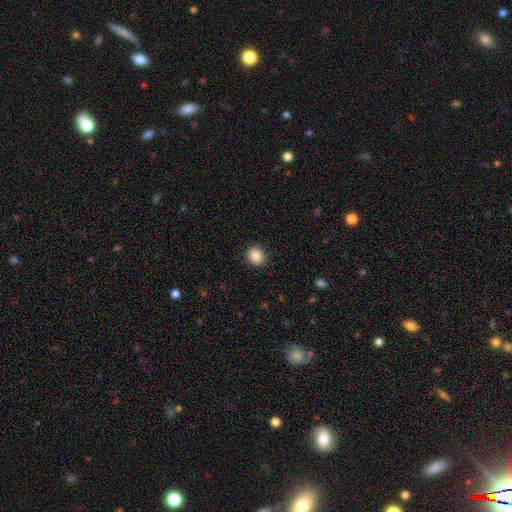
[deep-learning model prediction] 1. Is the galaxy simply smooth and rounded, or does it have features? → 88% smooth, 9% star or artifact, 3% featured or disk.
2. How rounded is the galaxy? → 69% round, 30% in between, 1% cigar-shaped.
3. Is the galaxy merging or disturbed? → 90% none, 7% minor disturbance, 2% major disturbance, 1% merger.